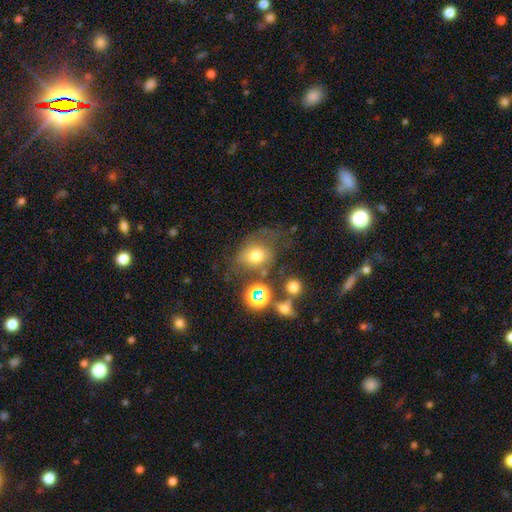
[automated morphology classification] type=smooth (65%); roundness=round (50%); merging=none (45%).